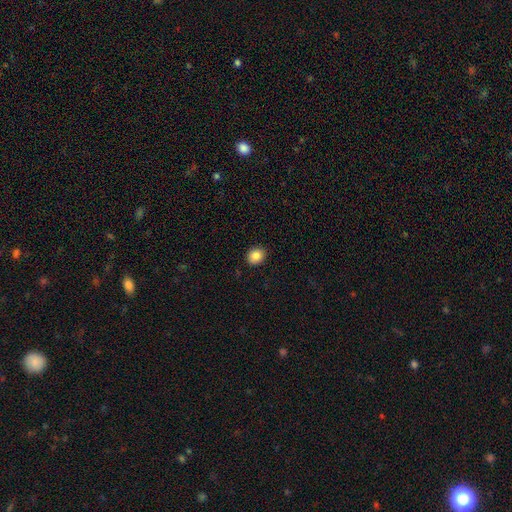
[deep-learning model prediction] smooth 86%, star or artifact 9%, featured or disk 5%. Down the decision tree: how rounded — round (63%); merging — none (91%).